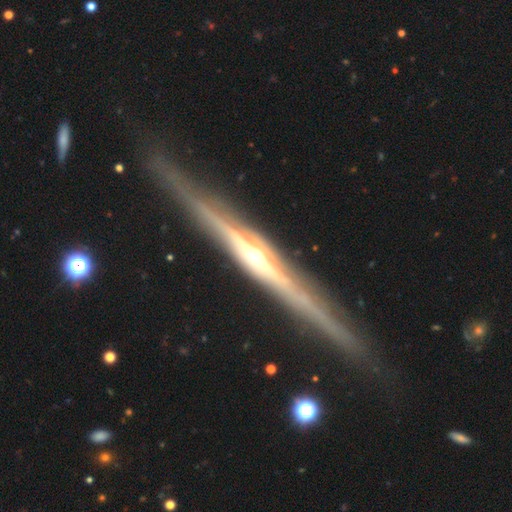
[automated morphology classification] smooth-or-featured: featured or disk: 89% | smooth: 6% | star or artifact: 5%
  disk-edge-on: yes: 98% | no: 2%
    edge-on-bulge: rounded: 82% | none: 9% | boxy: 9%
  merging: none: 87% | minor disturbance: 9% | major disturbance: 2% | merger: 1%